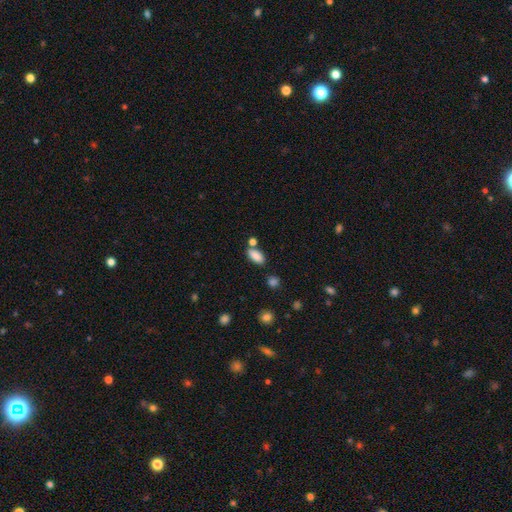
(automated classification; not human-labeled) Smooth or featured? smooth (86%)
How rounded? in between (88%)
Merging? none (69%)